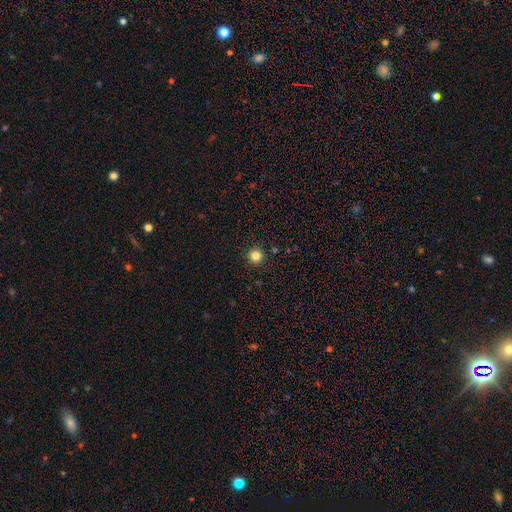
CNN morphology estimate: smooth-or-featured: smooth: 82% | star or artifact: 13% | featured or disk: 5%
  how-rounded: round: 96% | in between: 3% | cigar-shaped: 1%
  merging: none: 92% | minor disturbance: 5% | major disturbance: 2% | merger: 1%